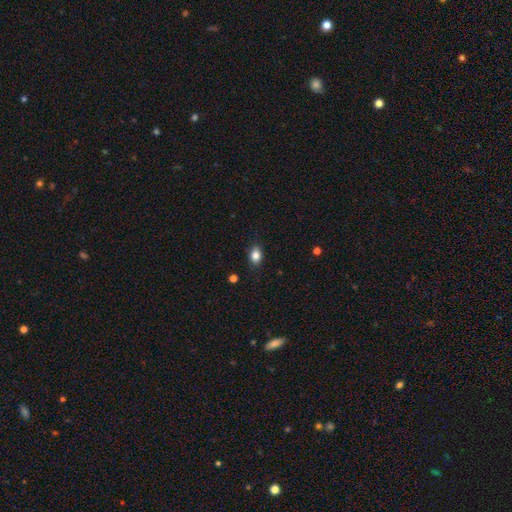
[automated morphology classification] Q: Smooth or featured?
A: smooth (84%); runner-up: star or artifact (10%)
Q: How rounded?
A: in between (75%); runner-up: round (24%)
Q: Merging?
A: none (86%); runner-up: minor disturbance (11%)